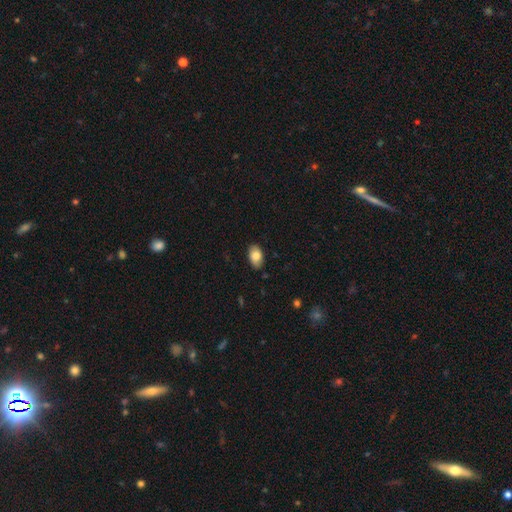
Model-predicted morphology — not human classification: Smooth or featured: smooth — 83% (featured or disk — 10%)
How rounded: in between — 92% (round — 6%)
Merging: none — 85% (minor disturbance — 12%)